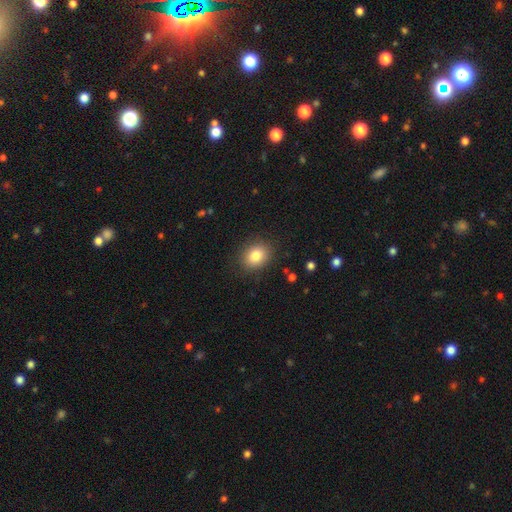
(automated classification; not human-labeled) A smooth galaxy with no disk features (83%) that is round (50%). Merging: none (87%).